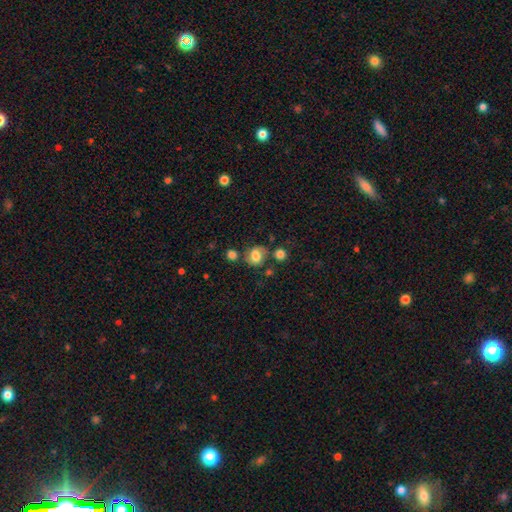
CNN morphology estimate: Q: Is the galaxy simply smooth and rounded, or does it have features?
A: smooth — 67%.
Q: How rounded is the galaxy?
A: round — 68%.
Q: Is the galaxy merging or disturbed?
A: none — 65%.